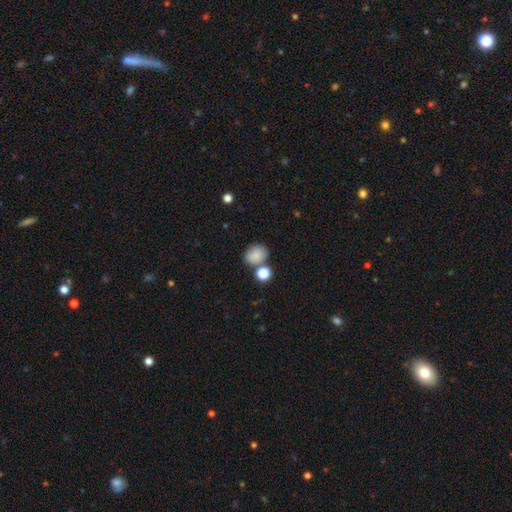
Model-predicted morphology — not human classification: Smooth or featured?
  - smooth: 83% *
  - star or artifact: 10%
  - featured or disk: 7%
How rounded?
  - round: 59% *
  - in between: 40%
  - cigar-shaped: 1%
Merging?
  - none: 65% *
  - merger: 17%
  - minor disturbance: 14%
  - major disturbance: 4%